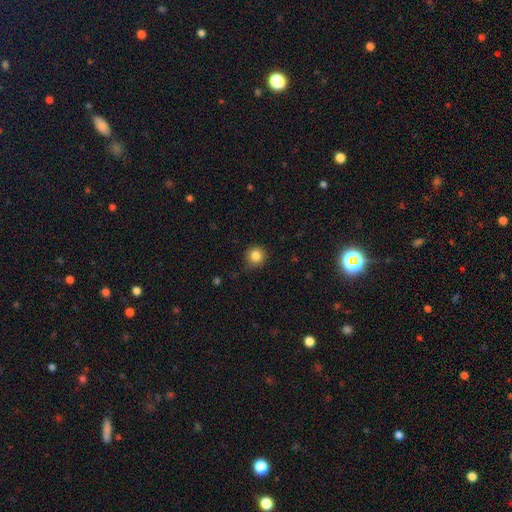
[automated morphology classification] Q: Smooth or featured?
A: smooth (84%); runner-up: star or artifact (11%)
Q: How rounded?
A: round (93%); runner-up: in between (6%)
Q: Merging?
A: none (80%); runner-up: minor disturbance (16%)